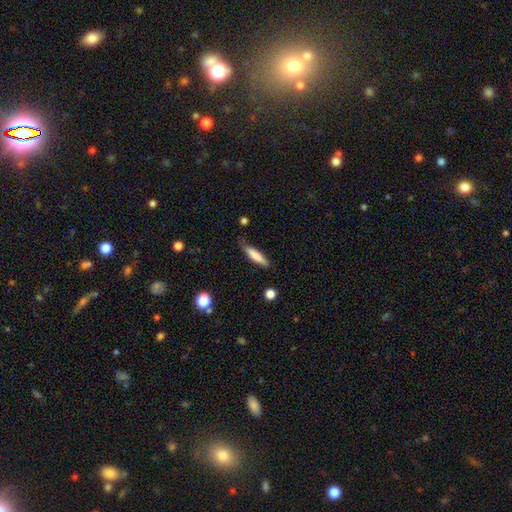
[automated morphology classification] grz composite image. It shows a smooth galaxy with no disk features (78%) that is cigar-shaped (78%). Merging: none (69%).